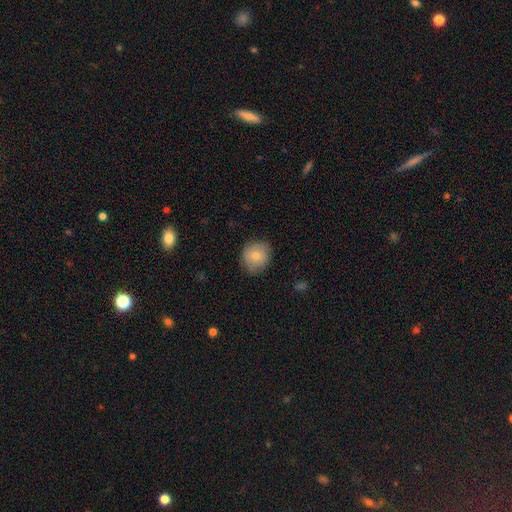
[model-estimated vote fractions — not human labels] Smooth or featured? smooth (78%)
How rounded? round (85%)
Merging? none (80%)